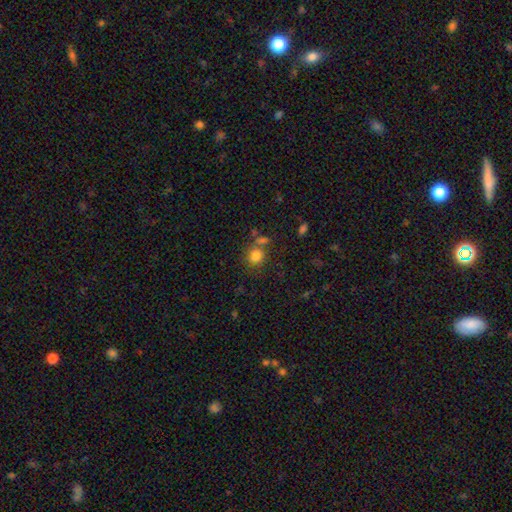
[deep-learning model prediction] A smooth galaxy with no disk features (81%) that is round (84%). Merging: none (67%).